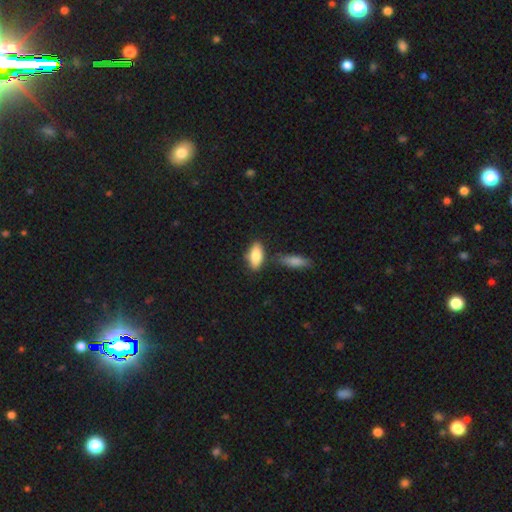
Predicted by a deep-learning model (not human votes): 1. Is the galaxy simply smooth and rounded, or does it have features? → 82% smooth, 12% featured or disk, 6% star or artifact.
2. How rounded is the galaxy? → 83% in between, 14% cigar-shaped, 3% round.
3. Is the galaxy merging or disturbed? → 71% none, 15% minor disturbance, 11% merger, 3% major disturbance.